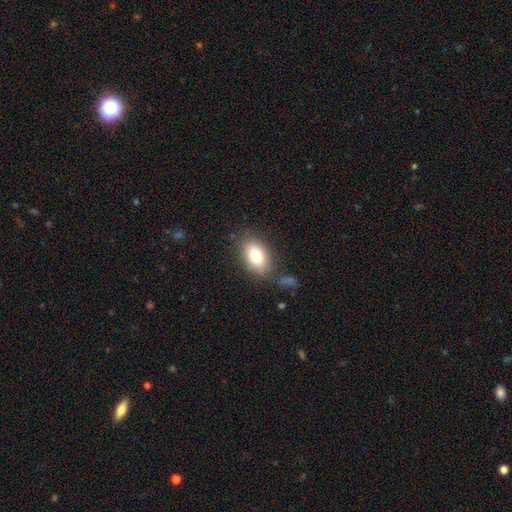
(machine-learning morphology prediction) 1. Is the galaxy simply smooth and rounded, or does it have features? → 78% smooth, 13% featured or disk, 8% star or artifact.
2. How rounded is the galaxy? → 86% in between, 12% round, 2% cigar-shaped.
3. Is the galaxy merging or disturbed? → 72% none, 16% minor disturbance, 6% major disturbance, 6% merger.